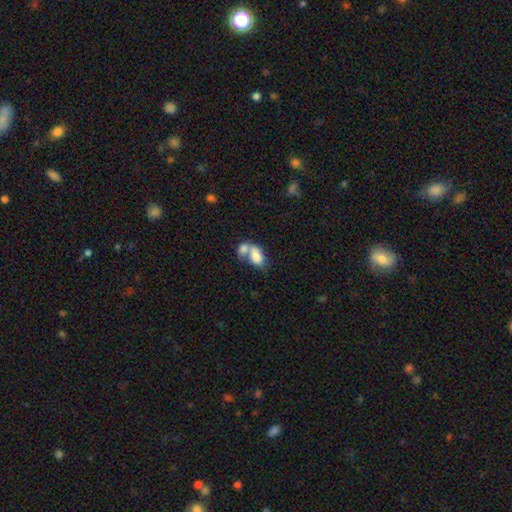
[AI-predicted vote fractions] Q: Smooth or featured?
A: smooth (78%); runner-up: featured or disk (14%)
Q: How rounded?
A: in between (89%); runner-up: round (8%)
Q: Merging?
A: merger (67%); runner-up: none (20%)